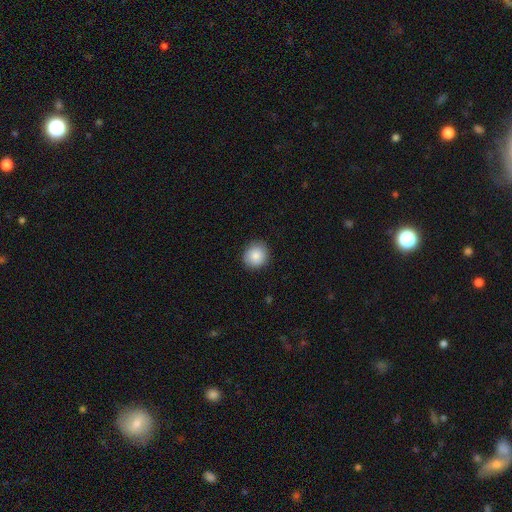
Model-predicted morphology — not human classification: Smooth or featured? smooth (86%)
How rounded? round (84%)
Merging? none (89%)